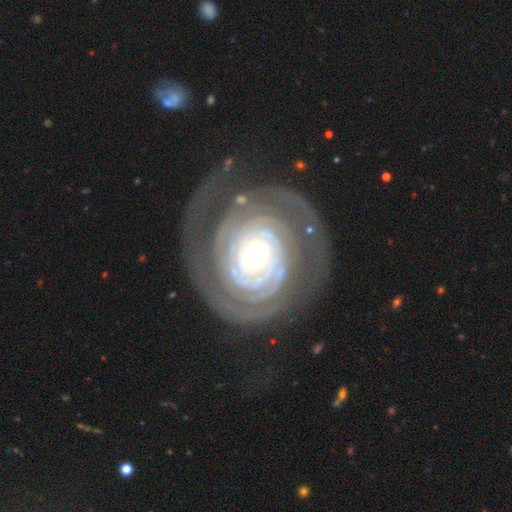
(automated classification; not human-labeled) Overall: featured or disk (91%). Edge-on disk: no (97%). Bar: no (76%). Spiral arms: yes (97%). Spiral arm count: 2 (31%; can't tell 23%). Spiral winding: tight (82%). Bulge size: moderate (65%). Merging: none (69%).